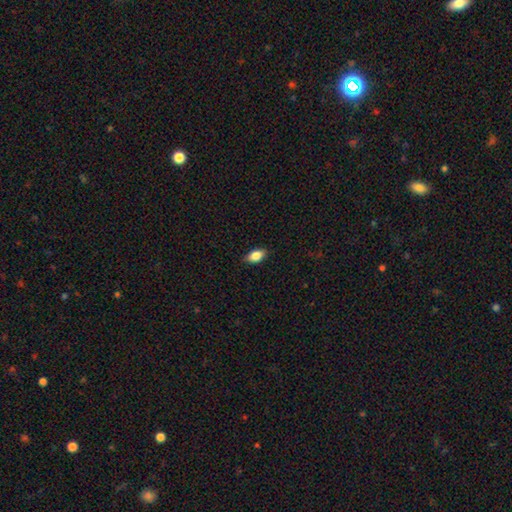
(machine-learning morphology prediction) A smooth galaxy with no disk features (83%) that is in between round and cigar-shaped (89%).

Vote fractions:
- Smooth or featured? smooth: 83% / featured or disk: 9% / star or artifact: 7%
- How rounded? in between: 89% / cigar-shaped: 5% / round: 5%
- Merging? none: 86% / minor disturbance: 11% / major disturbance: 2% / merger: 1%